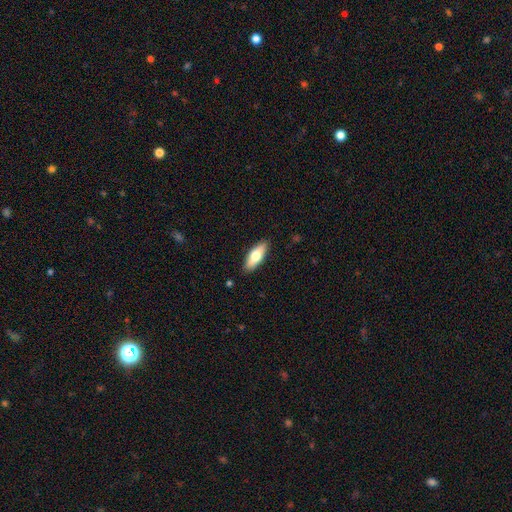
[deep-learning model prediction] smooth_or_featured: smooth (p=0.69) [alt: featured or disk p=0.26]
how_rounded: in between (p=0.69) [alt: cigar-shaped p=0.29]
merging: none (p=0.88) [alt: minor disturbance p=0.09]